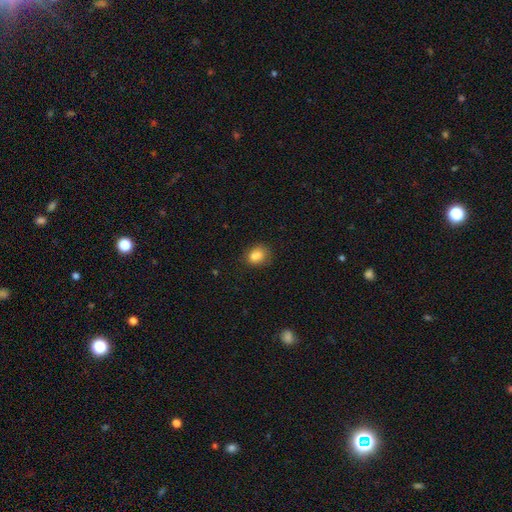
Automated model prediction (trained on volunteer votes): Smooth or featured?
  - smooth: 82% *
  - star or artifact: 10%
  - featured or disk: 8%
How rounded?
  - in between: 56% *
  - round: 42%
  - cigar-shaped: 1%
Merging?
  - none: 62% *
  - minor disturbance: 22%
  - merger: 10%
  - major disturbance: 6%